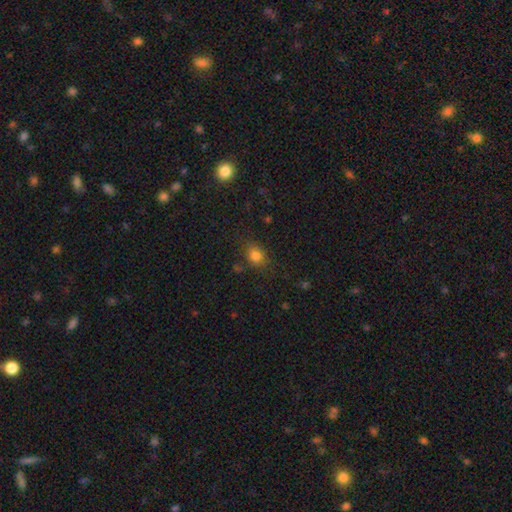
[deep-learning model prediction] A smooth galaxy with no disk features (79%) that is in between round and cigar-shaped (50%). Merging: none (74%).